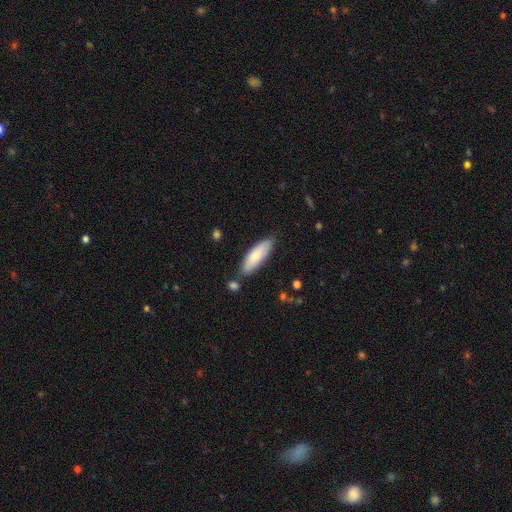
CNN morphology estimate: Smooth or featured? smooth (81%)
How rounded? cigar-shaped (50%)
Merging? none (80%)